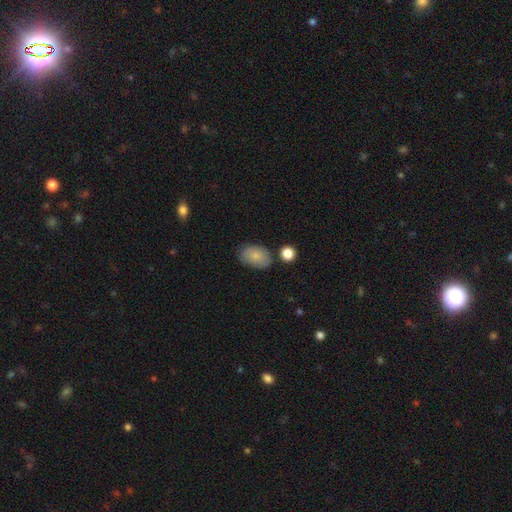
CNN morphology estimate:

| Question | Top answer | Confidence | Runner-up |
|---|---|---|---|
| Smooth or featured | smooth | 83% | featured or disk (10%) |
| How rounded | in between | 88% | round (11%) |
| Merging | none | 73% | minor disturbance (18%) |